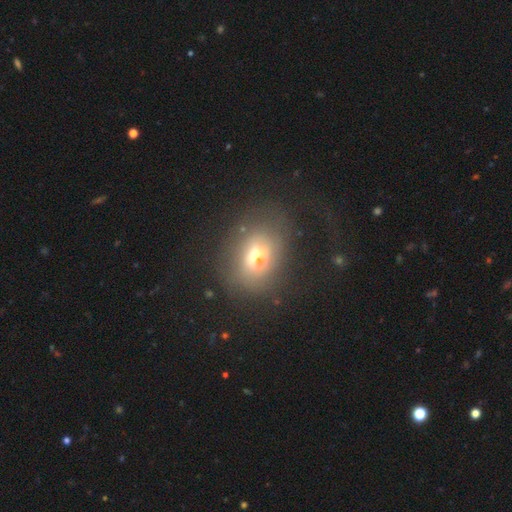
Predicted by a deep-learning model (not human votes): Smooth or featured? Predicted: smooth (p=0.56). How rounded? Predicted: in between (p=0.57). Merging? Predicted: none (p=0.49).